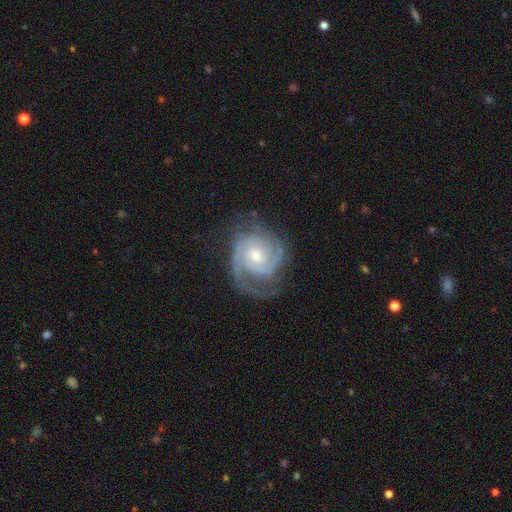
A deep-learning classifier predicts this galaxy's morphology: featured or disk 91%, star or artifact 4%, smooth 4%. Down the decision tree: edge-on disk — no (98%); bar — no (70%); spiral arms — yes (98%); spiral arm count — 2 (45%); spiral winding — tight (65%); bulge size — small (50%); merging — none (71%).